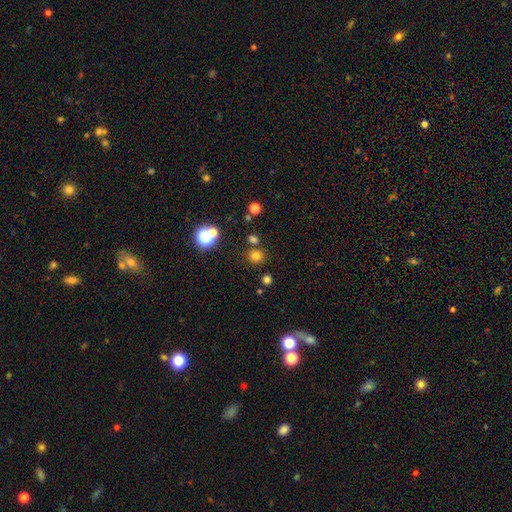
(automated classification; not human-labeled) Smooth or featured? Predicted: smooth (p=0.73). How rounded? Predicted: round (p=0.88). Merging? Predicted: none (p=0.78).